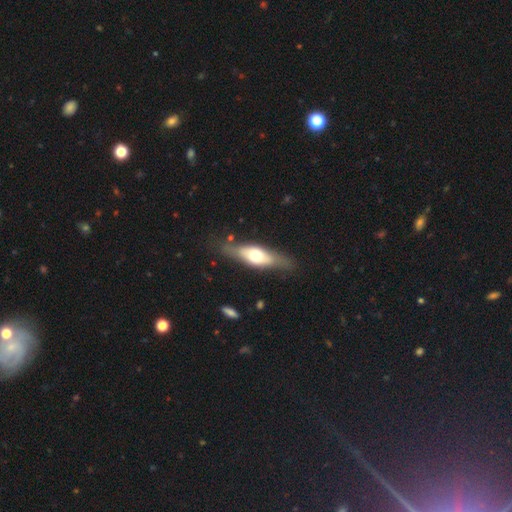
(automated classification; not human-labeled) A featured or disk galaxy (51%) viewed edge-on (74%). Merging: none (76%).